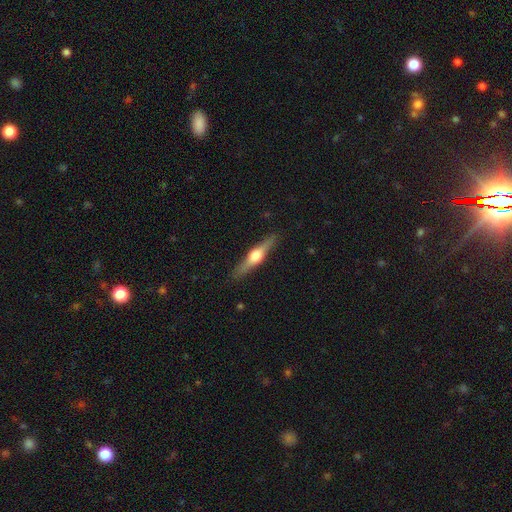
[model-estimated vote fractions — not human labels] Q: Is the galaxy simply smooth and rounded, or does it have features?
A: featured or disk — 69%.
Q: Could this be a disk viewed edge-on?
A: yes — 97%.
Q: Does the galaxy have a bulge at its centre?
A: rounded — 95%.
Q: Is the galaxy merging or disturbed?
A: none — 89%.